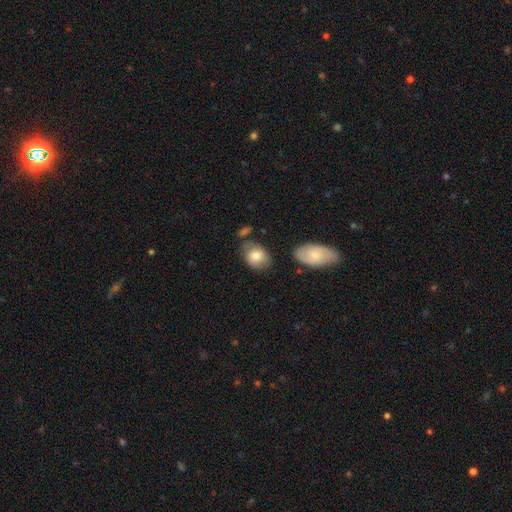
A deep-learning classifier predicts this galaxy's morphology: Smooth or featured: smooth — 77% (featured or disk — 16%)
How rounded: in between — 66% (round — 33%)
Merging: none — 62% (minor disturbance — 23%)